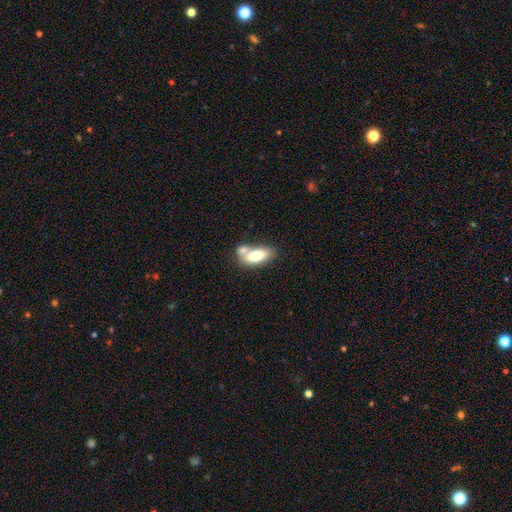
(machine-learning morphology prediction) This is likely a smooth galaxy (73%). How rounded: clearly in between (82%). Merging: marginally merger (43%).